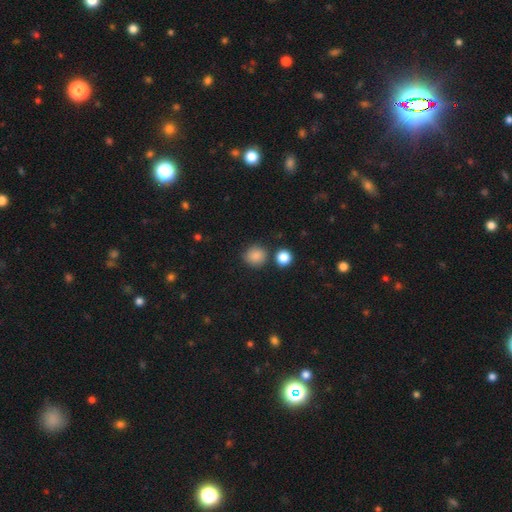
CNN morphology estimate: smooth 85%, star or artifact 10%, featured or disk 4%. Down the decision tree: how rounded — round (89%); merging — none (81%).